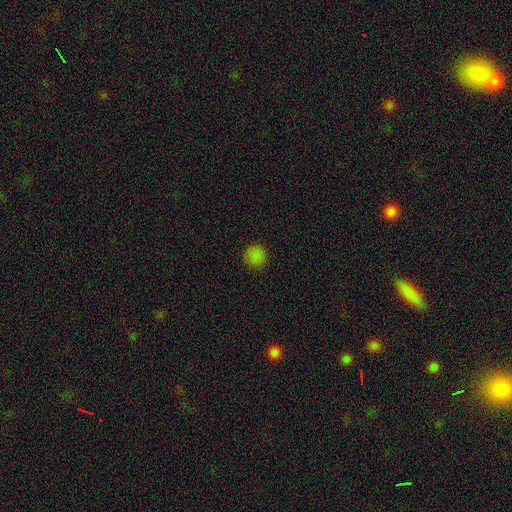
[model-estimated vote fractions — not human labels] This appears to be a smooth galaxy with no disk features (81%) that is round (91%). Merging: none (89%).